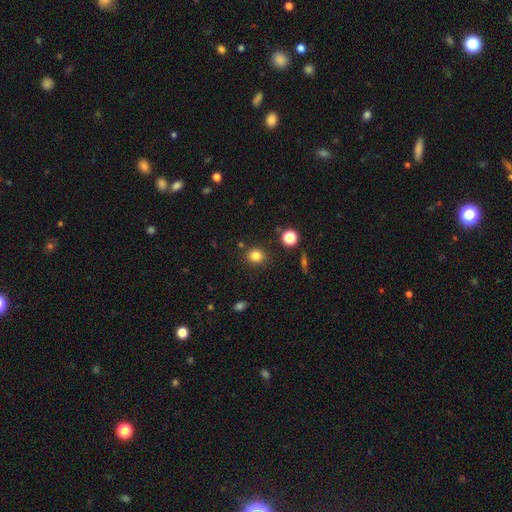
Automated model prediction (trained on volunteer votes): smooth 82%, star or artifact 13%, featured or disk 5%. Down the decision tree: how rounded — round (80%); merging — none (86%).